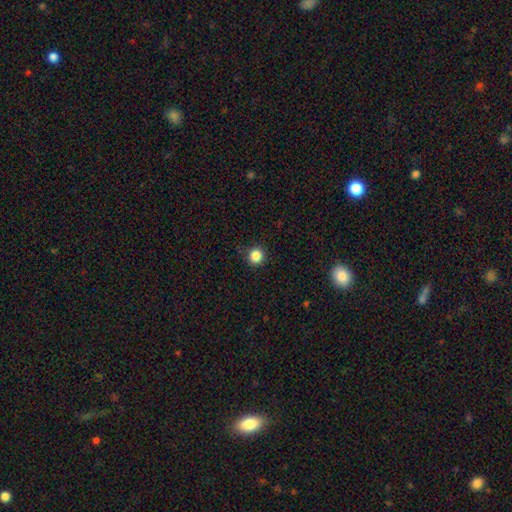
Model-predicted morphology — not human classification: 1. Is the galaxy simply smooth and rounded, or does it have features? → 85% smooth, 12% star or artifact, 4% featured or disk.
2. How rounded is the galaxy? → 93% round, 7% in between, 1% cigar-shaped.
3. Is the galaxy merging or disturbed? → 89% none, 7% minor disturbance, 2% major disturbance, 1% merger.